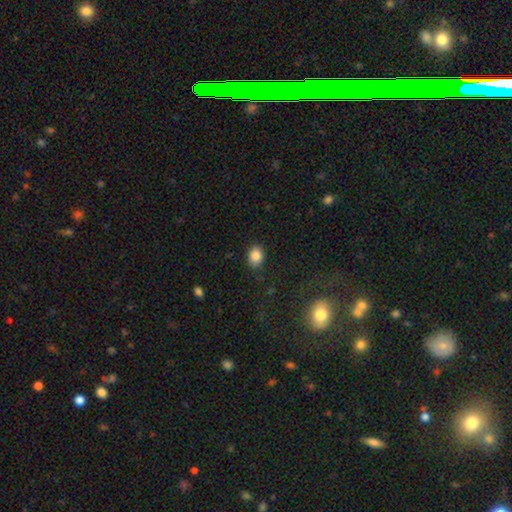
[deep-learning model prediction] smooth_or_featured: smooth (p=0.85) [alt: star or artifact p=0.09]
how_rounded: in between (p=0.60) [alt: round p=0.39]
merging: none (p=0.85) [alt: minor disturbance p=0.11]